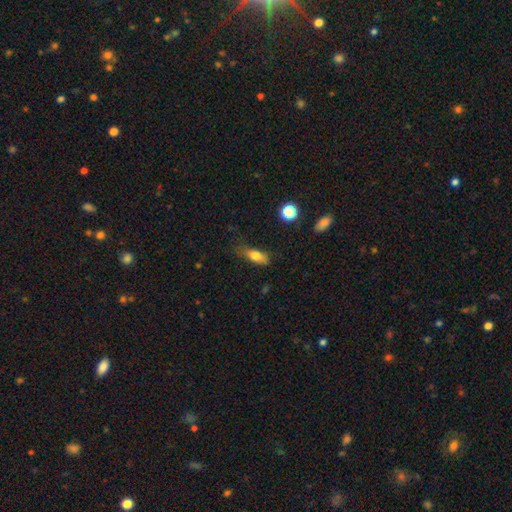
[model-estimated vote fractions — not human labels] Smooth or featured?
  - smooth: 76% *
  - featured or disk: 16%
  - star or artifact: 8%
How rounded?
  - in between: 70% *
  - cigar-shaped: 24%
  - round: 6%
Merging?
  - none: 61% *
  - minor disturbance: 29%
  - major disturbance: 9%
  - merger: 2%